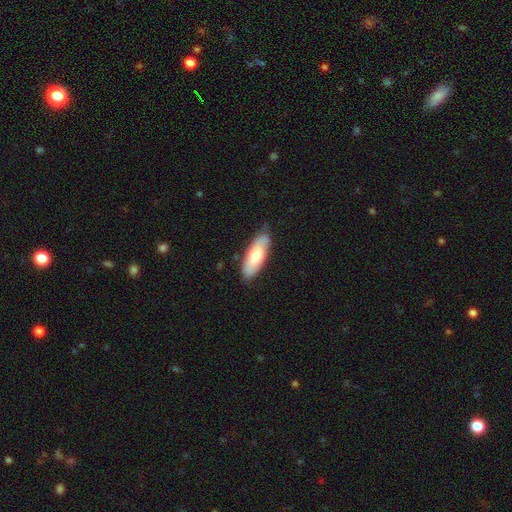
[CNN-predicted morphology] Smooth or featured? Predicted: smooth (p=0.70). How rounded? Predicted: in between (p=0.66). Merging? Predicted: none (p=0.77).